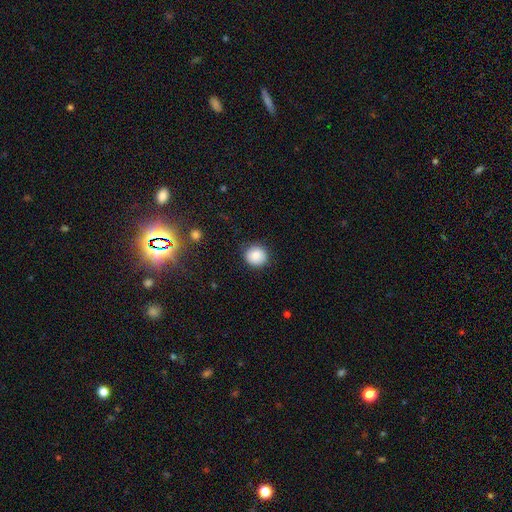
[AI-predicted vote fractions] This appears to be a smooth galaxy with no disk features (87%) that is round (89%). Merging: none (86%).